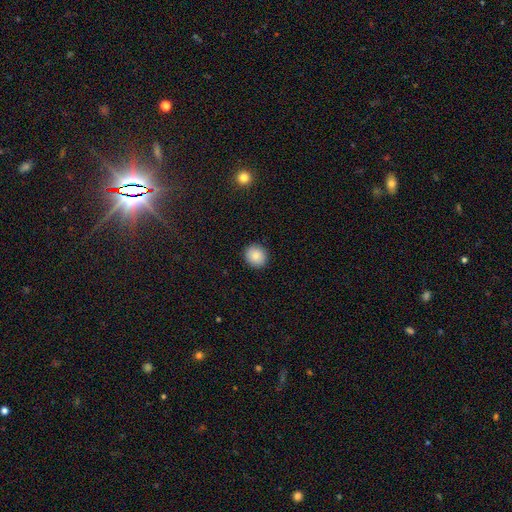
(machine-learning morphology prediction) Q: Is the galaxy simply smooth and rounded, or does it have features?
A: smooth — 84%.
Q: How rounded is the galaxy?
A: round — 83%.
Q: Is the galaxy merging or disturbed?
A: none — 91%.